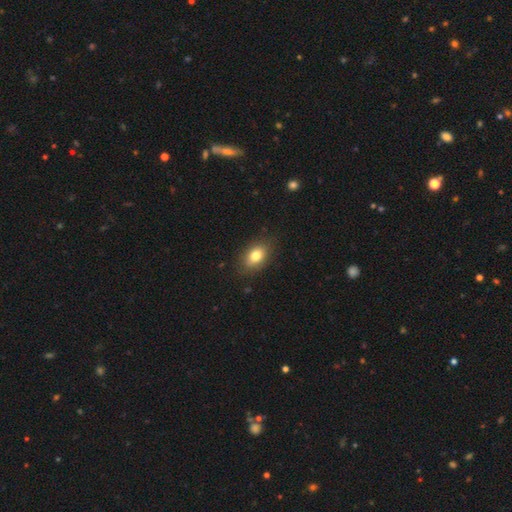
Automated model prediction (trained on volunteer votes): Smooth or featured? Predicted: smooth (p=0.80). How rounded? Predicted: in between (p=0.82). Merging? Predicted: none (p=0.84).